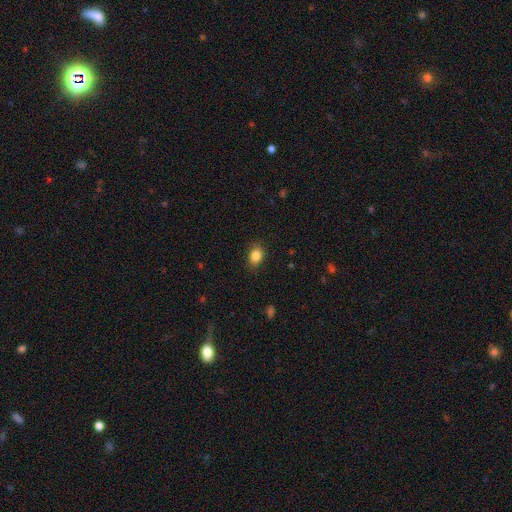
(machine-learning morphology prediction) Smooth or featured? smooth (85%)
How rounded? in between (69%)
Merging? none (86%)